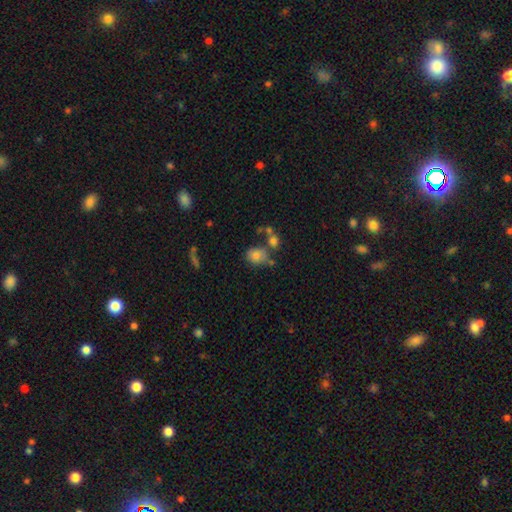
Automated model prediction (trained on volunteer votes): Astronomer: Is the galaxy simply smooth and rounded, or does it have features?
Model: smooth — 78%.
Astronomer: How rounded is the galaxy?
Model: round — 51% (runner-up: in between, 47%).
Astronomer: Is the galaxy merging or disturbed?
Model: none — 54%.